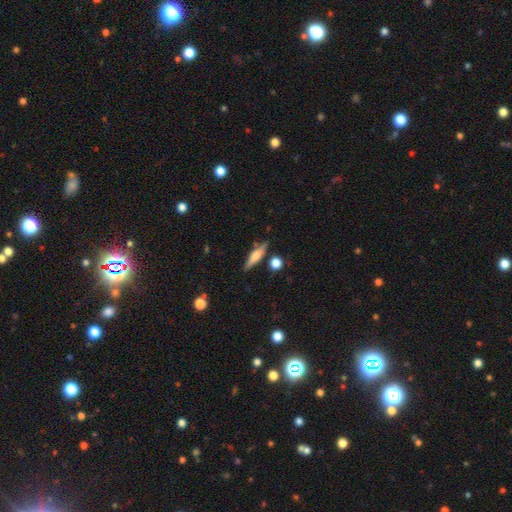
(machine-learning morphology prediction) Smooth or featured? Predicted: smooth (p=0.48). Merging? Predicted: none (p=0.81).